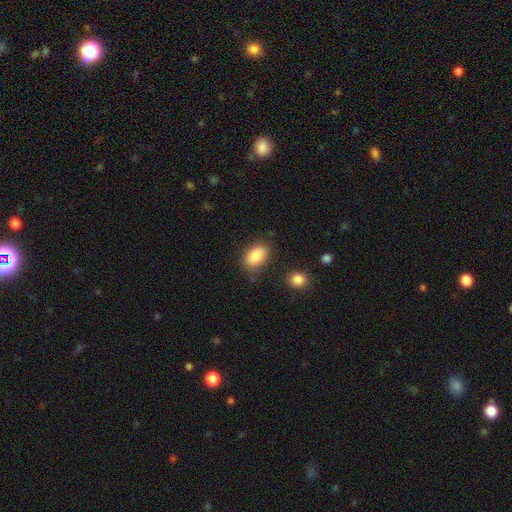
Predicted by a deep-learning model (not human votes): A smooth galaxy with no disk features (86%) that is in between round and cigar-shaped (91%). Merging: none (80%).